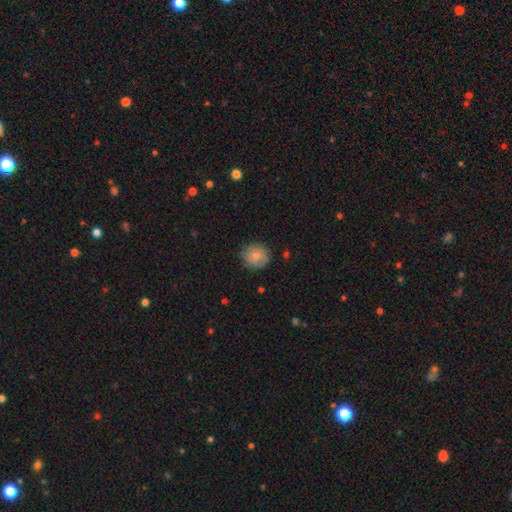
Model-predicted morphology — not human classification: This appears to be a smooth galaxy with no disk features (71%) that is round (87%). Merging: none (80%).